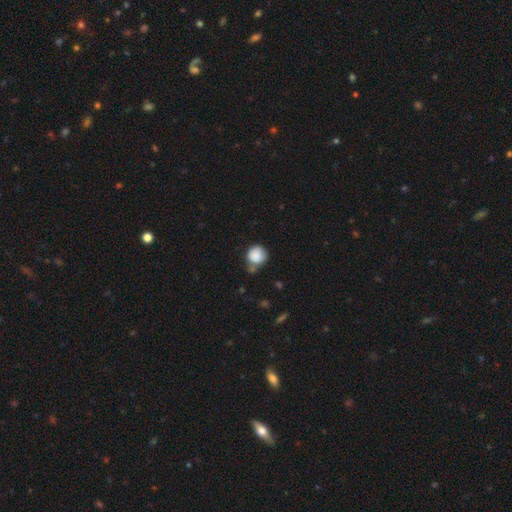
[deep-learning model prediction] Smooth or featured?
  - smooth: 87% *
  - star or artifact: 8%
  - featured or disk: 5%
How rounded?
  - round: 89% *
  - in between: 10%
  - cigar-shaped: 1%
Merging?
  - none: 56% *
  - minor disturbance: 25%
  - merger: 12%
  - major disturbance: 8%